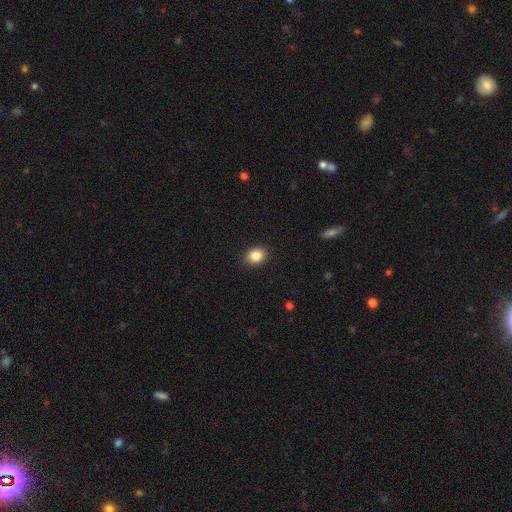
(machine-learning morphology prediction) Smooth or featured?
  - smooth: 86% *
  - star or artifact: 9%
  - featured or disk: 5%
How rounded?
  - round: 55% *
  - in between: 44%
  - cigar-shaped: 1%
Merging?
  - none: 90% *
  - minor disturbance: 7%
  - major disturbance: 2%
  - merger: 1%